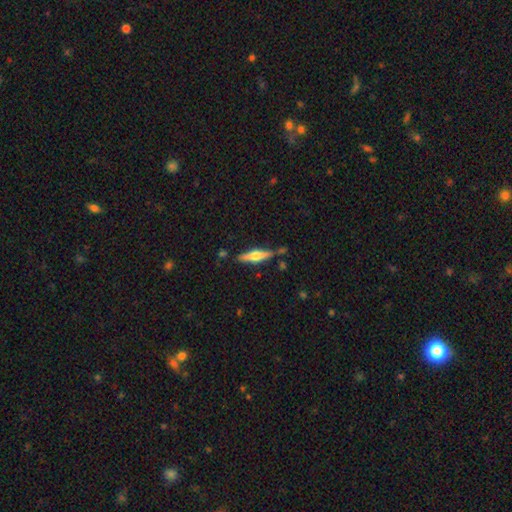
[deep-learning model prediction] Smooth or featured? featured or disk (61%)
Edge-on disk? yes (96%)
Edge-on bulge? rounded (92%)
Merging? none (80%)